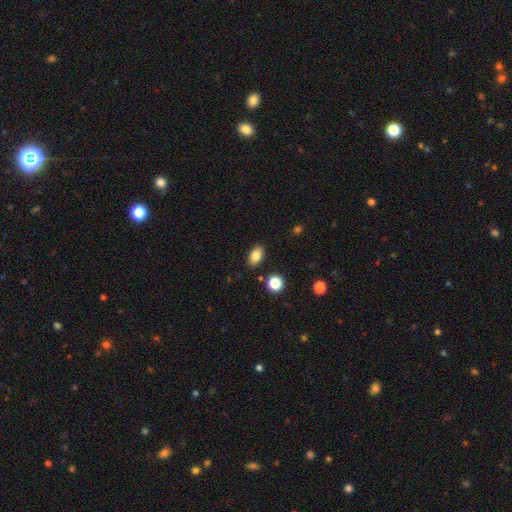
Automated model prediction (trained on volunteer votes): A smooth galaxy with no disk features (83%) that is in between round and cigar-shaped (88%). Merging: none (86%).